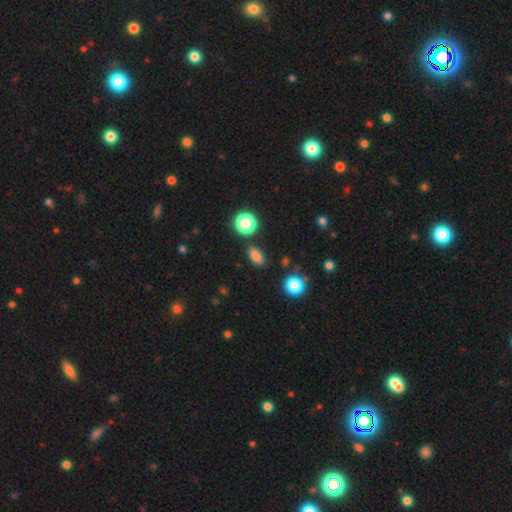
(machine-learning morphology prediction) Smooth or featured: smooth — 81% (star or artifact — 14%)
How rounded: in between — 80% (round — 14%)
Merging: none — 86% (minor disturbance — 9%)